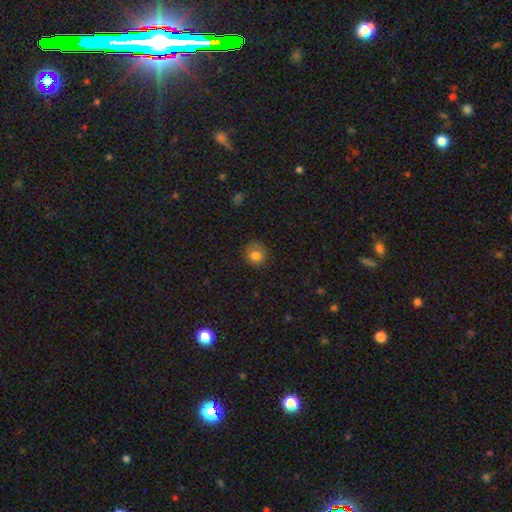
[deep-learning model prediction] Smooth or featured?
  - smooth: 79% *
  - star or artifact: 11%
  - featured or disk: 10%
How rounded?
  - round: 84% *
  - in between: 15%
  - cigar-shaped: 1%
Merging?
  - none: 73% *
  - minor disturbance: 19%
  - major disturbance: 7%
  - merger: 1%